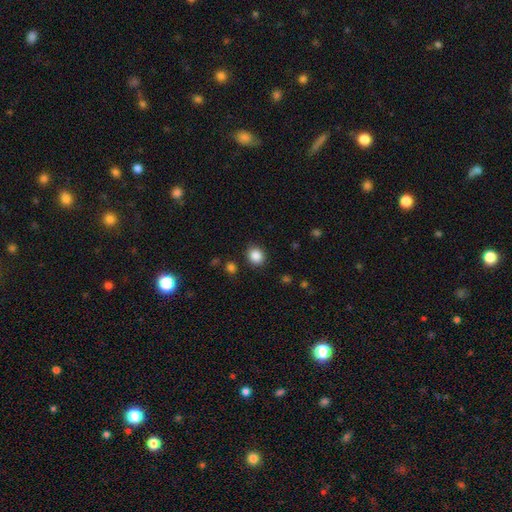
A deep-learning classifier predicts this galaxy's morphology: type=smooth (87%); roundness=round (74%); merging=none (87%).